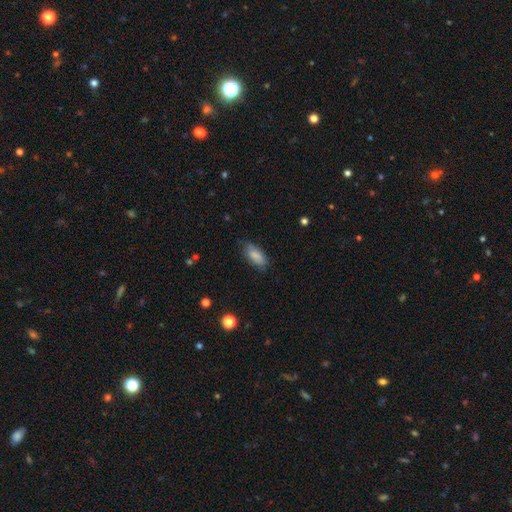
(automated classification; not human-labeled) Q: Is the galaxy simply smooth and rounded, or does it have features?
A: smooth — 83%.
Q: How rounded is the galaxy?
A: in between — 85%.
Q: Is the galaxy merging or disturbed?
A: none — 72%.